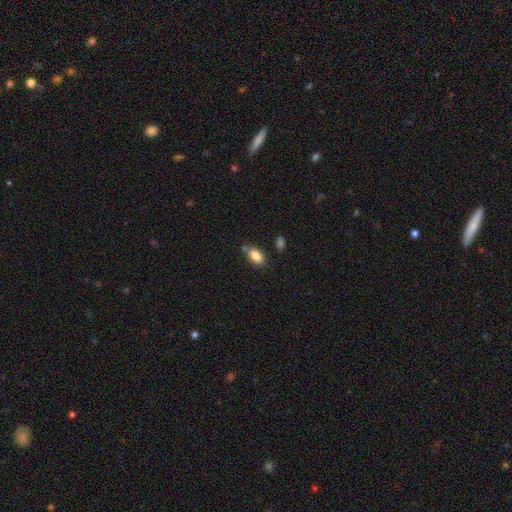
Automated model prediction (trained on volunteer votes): Smooth or featured?
  - smooth: 85% *
  - star or artifact: 8%
  - featured or disk: 7%
How rounded?
  - in between: 90% *
  - round: 6%
  - cigar-shaped: 4%
Merging?
  - none: 70% *
  - minor disturbance: 16%
  - merger: 10%
  - major disturbance: 4%